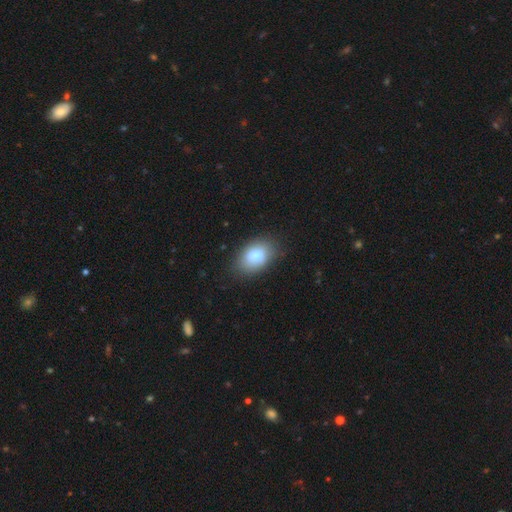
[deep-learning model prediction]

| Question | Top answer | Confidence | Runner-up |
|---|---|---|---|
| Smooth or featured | smooth | 79% | featured or disk (13%) |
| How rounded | in between | 90% | round (8%) |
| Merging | none | 76% | minor disturbance (17%) |